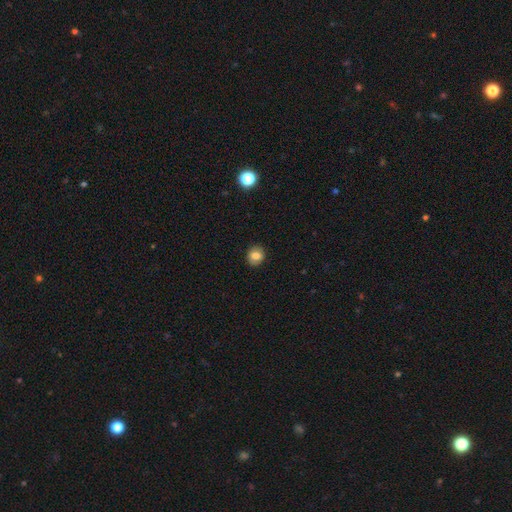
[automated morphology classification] Smooth or featured?
  - smooth: 79% *
  - featured or disk: 12%
  - star or artifact: 10%
How rounded?
  - round: 70% *
  - in between: 29%
  - cigar-shaped: 1%
Merging?
  - none: 88% *
  - minor disturbance: 9%
  - major disturbance: 2%
  - merger: 1%